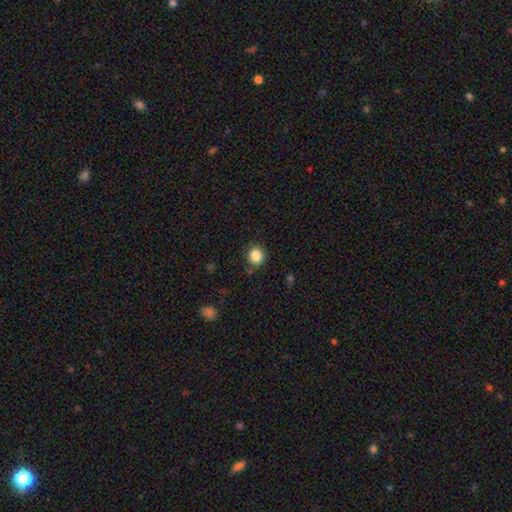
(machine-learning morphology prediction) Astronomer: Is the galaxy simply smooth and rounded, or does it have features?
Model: smooth — 86%.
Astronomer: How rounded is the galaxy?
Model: round — 85%.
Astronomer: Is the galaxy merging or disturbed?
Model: none — 84%.